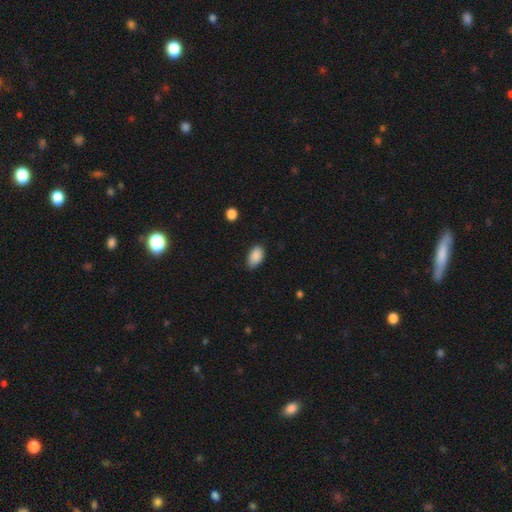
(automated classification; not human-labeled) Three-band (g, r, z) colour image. It shows a smooth galaxy with no disk features (89%) that is in between round and cigar-shaped (92%). Merging: none (77%).